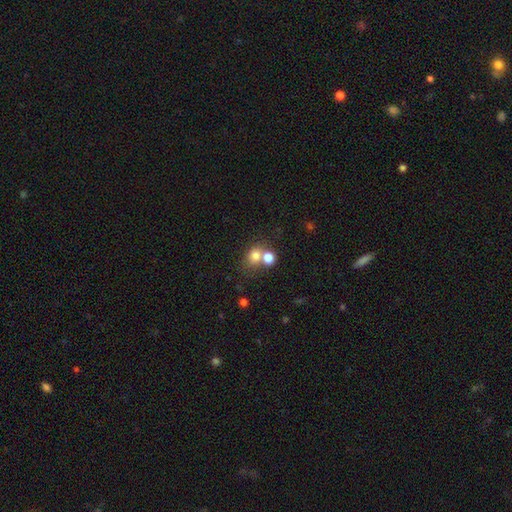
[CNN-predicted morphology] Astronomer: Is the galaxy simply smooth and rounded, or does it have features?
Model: smooth — 76%.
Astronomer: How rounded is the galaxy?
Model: round — 63%.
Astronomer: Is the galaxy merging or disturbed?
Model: none — 44% (runner-up: merger, 43%).